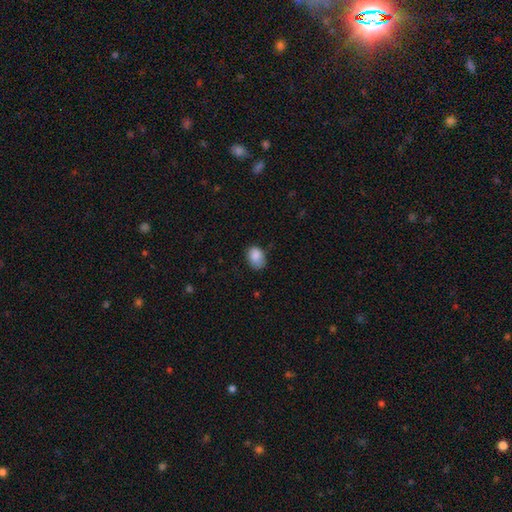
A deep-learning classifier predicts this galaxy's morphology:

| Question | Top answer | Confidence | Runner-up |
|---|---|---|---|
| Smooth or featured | smooth | 87% | star or artifact (8%) |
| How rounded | in between | 74% | round (25%) |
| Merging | none | 65% | minor disturbance (28%) |